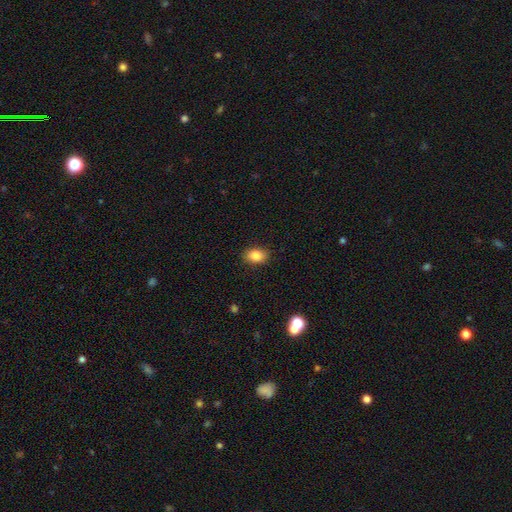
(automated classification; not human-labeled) This appears to be a smooth galaxy with no disk features (86%) that is in between round and cigar-shaped (79%). Merging: none (88%).